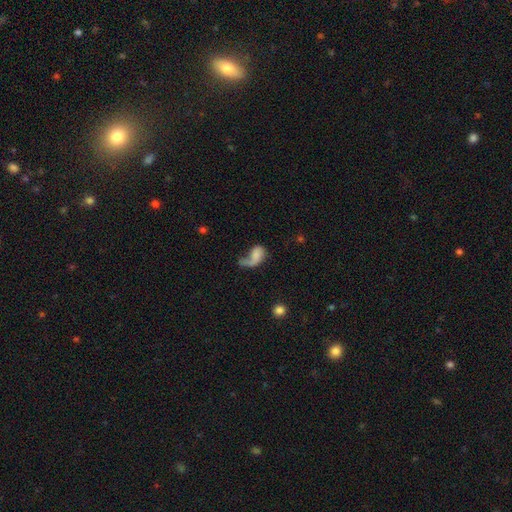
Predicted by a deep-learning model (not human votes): This is possibly a smooth galaxy (54%). How rounded: clearly in between (81%). Merging: possibly major disturbance (48%).